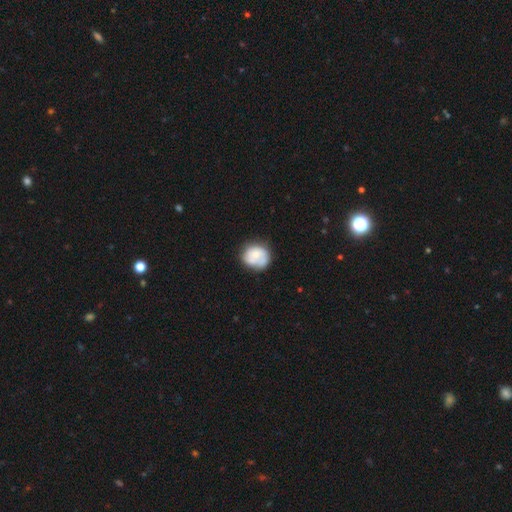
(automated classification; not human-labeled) This is likely a smooth galaxy (61%). How rounded: likely round (72%). Merging: possibly none (58%).